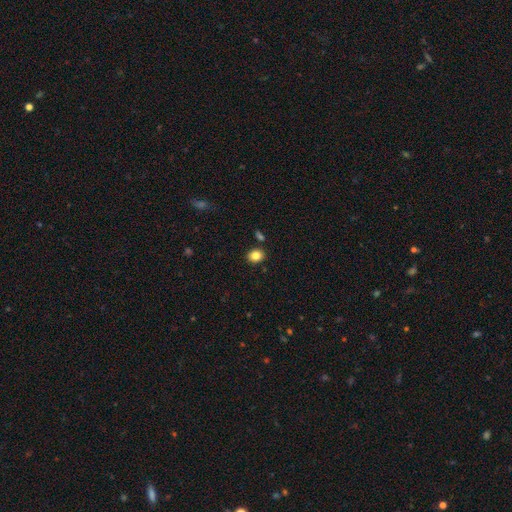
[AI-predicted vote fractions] A smooth galaxy with no disk features (83%) that is round (58%). Merging: none (86%).